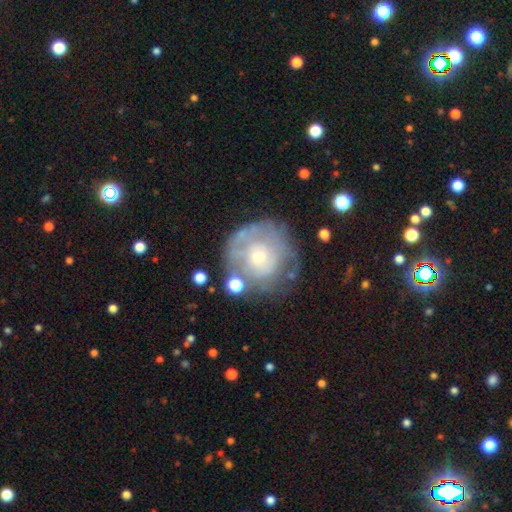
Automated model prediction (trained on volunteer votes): Smooth or featured?
  - featured or disk: 56% *
  - smooth: 36%
  - star or artifact: 8%
Edge-on disk?
  - no: 97% *
  - yes: 3%
Bar?
  - no: 86% *
  - weak: 12%
  - strong: 2%
Spiral arms?
  - no: 59% *
  - yes: 41%
Bulge size?
  - small: 53% *
  - moderate: 37%
  - large: 5%
  - none: 3%
  - dominant: 2%
Merging?
  - none: 61% *
  - minor disturbance: 20%
  - major disturbance: 13%
  - merger: 6%